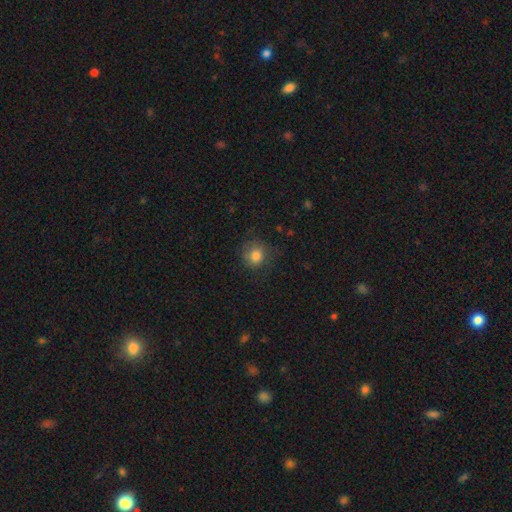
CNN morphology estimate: smooth 82%, star or artifact 11%, featured or disk 7%. Down the decision tree: how rounded — round (84%); merging — none (73%).